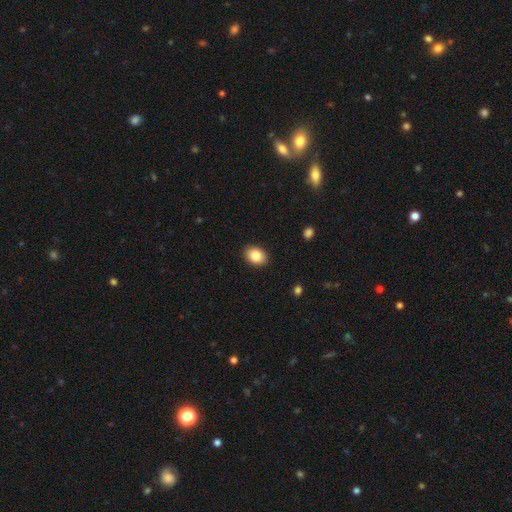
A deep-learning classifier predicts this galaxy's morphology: type=smooth (85%); roundness=in between (68%); merging=none (89%).